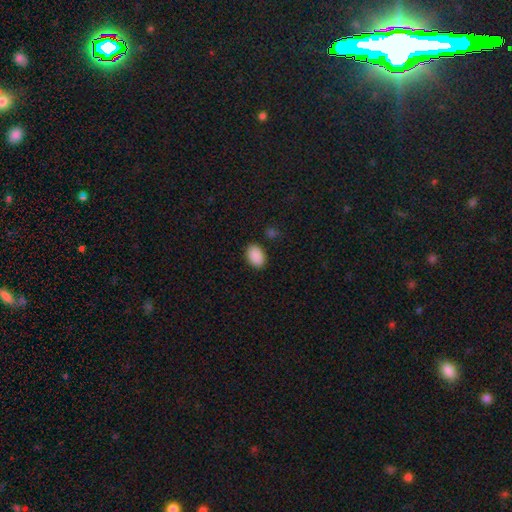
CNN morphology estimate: Smooth or featured?
  - smooth: 90% *
  - star or artifact: 7%
  - featured or disk: 3%
How rounded?
  - in between: 88% *
  - round: 11%
  - cigar-shaped: 1%
Merging?
  - none: 85% *
  - minor disturbance: 10%
  - major disturbance: 3%
  - merger: 2%